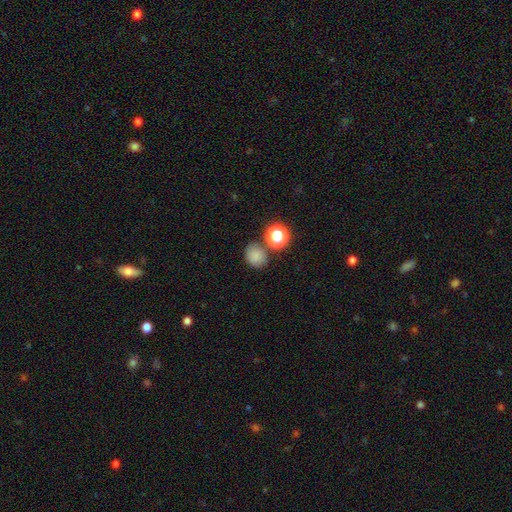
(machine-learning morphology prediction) Smooth or featured: smooth — 78% (star or artifact — 15%)
How rounded: round — 67% (in between — 32%)
Merging: none — 71% (merger — 13%)